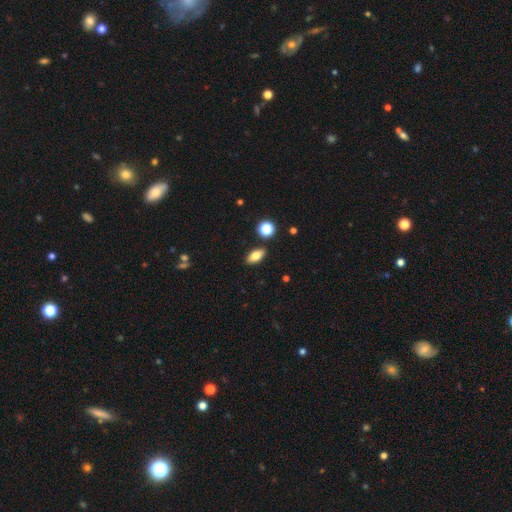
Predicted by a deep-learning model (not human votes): Smooth or featured: smooth — 75% (featured or disk — 15%)
How rounded: in between — 84% (cigar-shaped — 9%)
Merging: none — 87% (minor disturbance — 8%)